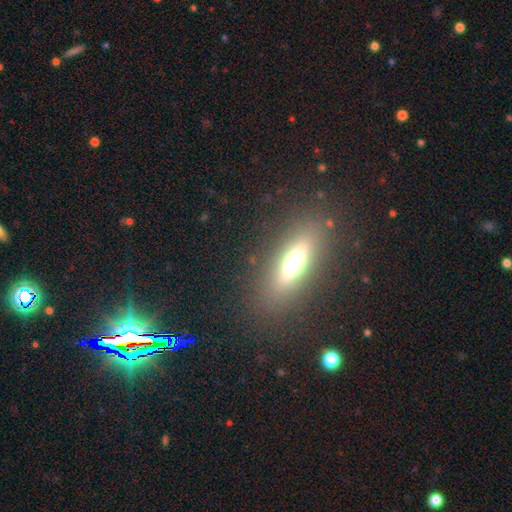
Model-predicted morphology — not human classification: smooth_or_featured: smooth (p=0.45) [alt: featured or disk p=0.31]
merging: none (p=0.86) [alt: minor disturbance p=0.09]